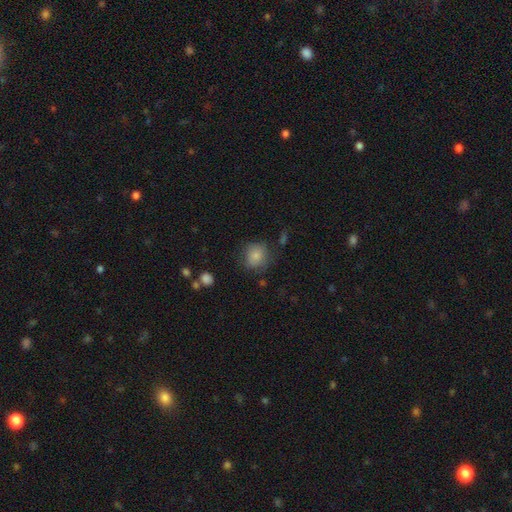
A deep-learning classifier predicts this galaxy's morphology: Smooth or featured?
  - smooth: 83% *
  - star or artifact: 9%
  - featured or disk: 8%
How rounded?
  - round: 79% *
  - in between: 20%
  - cigar-shaped: 1%
Merging?
  - none: 71% *
  - minor disturbance: 20%
  - major disturbance: 7%
  - merger: 3%